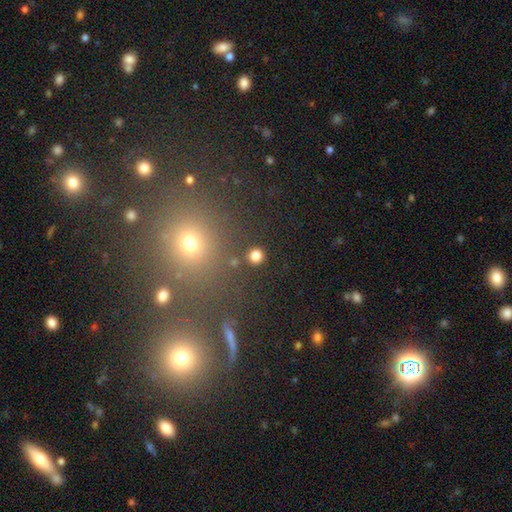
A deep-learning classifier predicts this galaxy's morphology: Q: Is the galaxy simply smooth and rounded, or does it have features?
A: smooth — 81%.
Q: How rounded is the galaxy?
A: round — 92%.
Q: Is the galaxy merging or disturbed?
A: none — 89%.